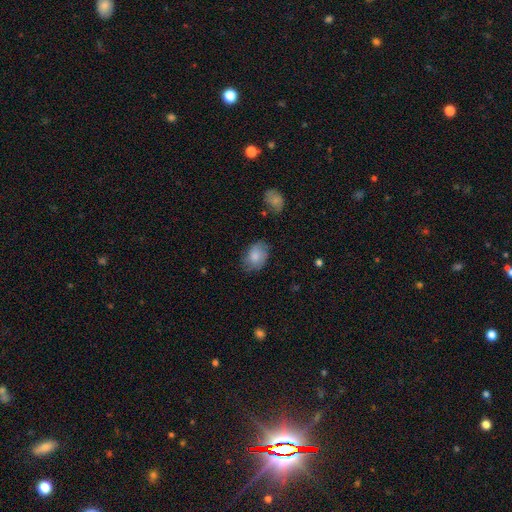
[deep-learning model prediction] The model was most divided on "merging": none: 67%, minor disturbance: 25%, major disturbance: 7%, merger: 2%. More confident: how rounded — in between (77%); smooth or featured — smooth (76%).